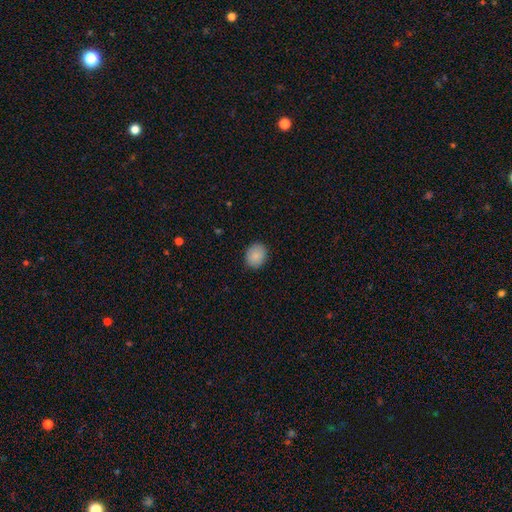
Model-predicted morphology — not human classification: Smooth or featured? smooth (87%)
How rounded? round (61%)
Merging? none (88%)